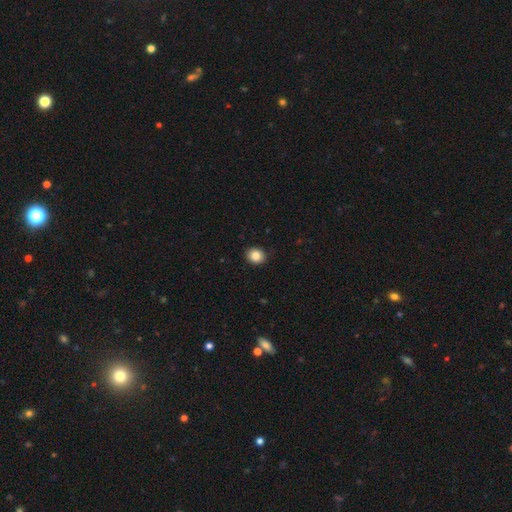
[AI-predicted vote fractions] Morphology: type=smooth (85%); roundness=round (67%); merging=none (90%).